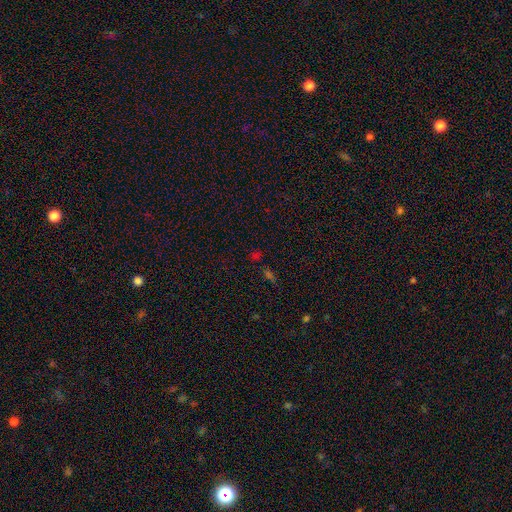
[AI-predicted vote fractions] Smooth or featured? Predicted: star or artifact (p=0.53).